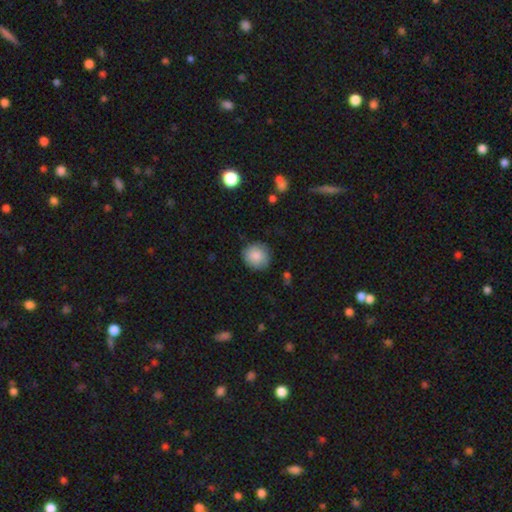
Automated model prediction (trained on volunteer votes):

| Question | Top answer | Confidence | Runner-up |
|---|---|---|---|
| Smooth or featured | smooth | 85% | featured or disk (7%) |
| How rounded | round | 90% | in between (9%) |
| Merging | none | 83% | minor disturbance (13%) |